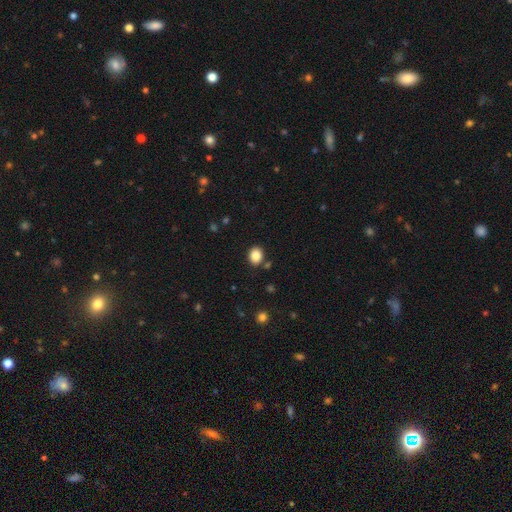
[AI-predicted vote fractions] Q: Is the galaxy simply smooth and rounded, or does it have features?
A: smooth — 85%.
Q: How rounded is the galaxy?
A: round — 54%.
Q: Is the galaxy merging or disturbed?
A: none — 85%.